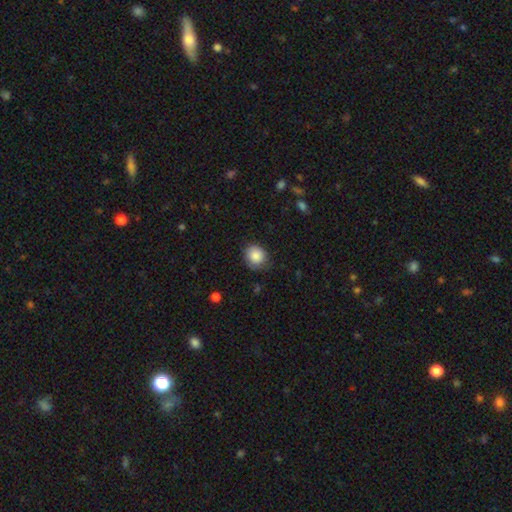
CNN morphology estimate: smooth-or-featured: smooth: 86% | star or artifact: 9% | featured or disk: 5%
  how-rounded: round: 78% | in between: 21% | cigar-shaped: 1%
  merging: none: 78% | minor disturbance: 17% | major disturbance: 3% | merger: 1%